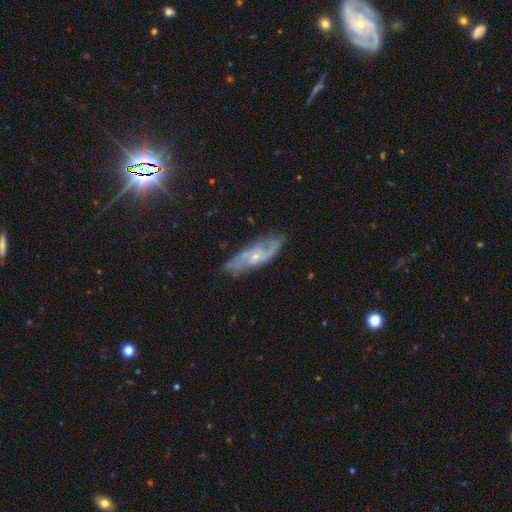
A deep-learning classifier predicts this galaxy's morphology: Smooth or featured? featured or disk (81%)
Edge-on disk? no (87%)
Bar? no (65%)
Spiral arms? yes (94%)
Spiral winding? medium (46%)
Spiral arm count? 2 (53%)
Bulge size? small (74%)
Merging? none (76%)